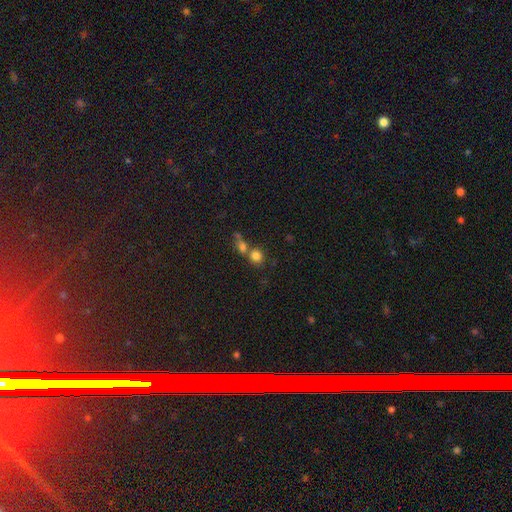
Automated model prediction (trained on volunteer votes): Smooth or featured?
  - smooth: 80% *
  - star or artifact: 12%
  - featured or disk: 8%
How rounded?
  - round: 80% *
  - in between: 18%
  - cigar-shaped: 1%
Merging?
  - none: 44% * (tied)
  - merger: 44% * (tied)
  - minor disturbance: 8%
  - major disturbance: 4%